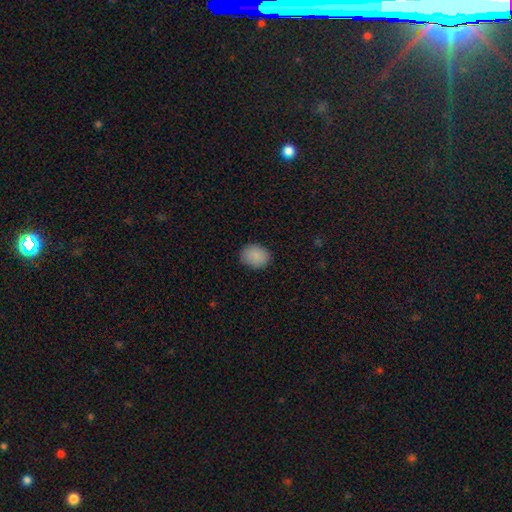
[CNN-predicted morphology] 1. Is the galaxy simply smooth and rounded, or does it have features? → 88% smooth, 8% star or artifact, 4% featured or disk.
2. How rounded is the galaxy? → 50% round, 49% in between, 1% cigar-shaped.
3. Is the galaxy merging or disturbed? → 85% none, 12% minor disturbance, 3% major disturbance, 1% merger.